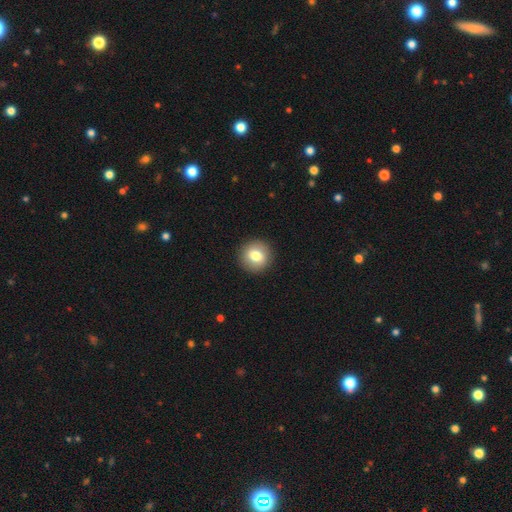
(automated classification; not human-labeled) Smooth or featured? Predicted: smooth (p=0.77). How rounded? Predicted: round (p=0.91). Merging? Predicted: none (p=0.92).